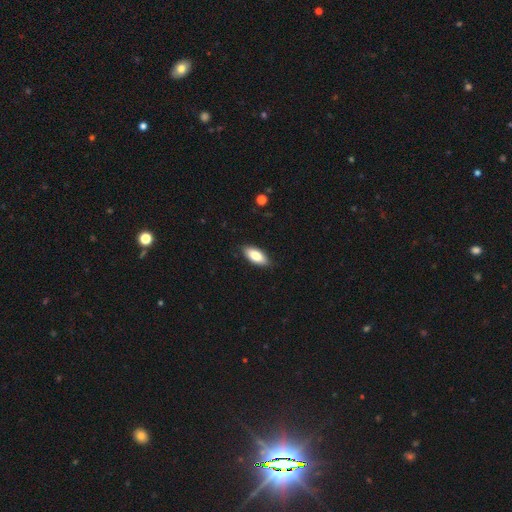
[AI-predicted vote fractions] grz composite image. It shows a smooth galaxy with no disk features (84%) that is in between round and cigar-shaped (85%). Merging: none (86%).